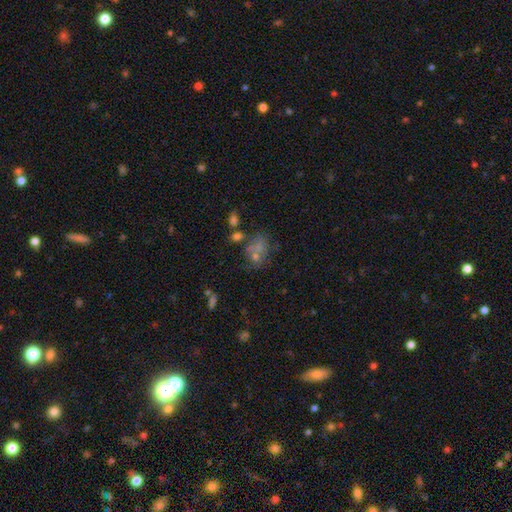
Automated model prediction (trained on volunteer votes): Morphology: type=smooth (49%); merging=none (46%).